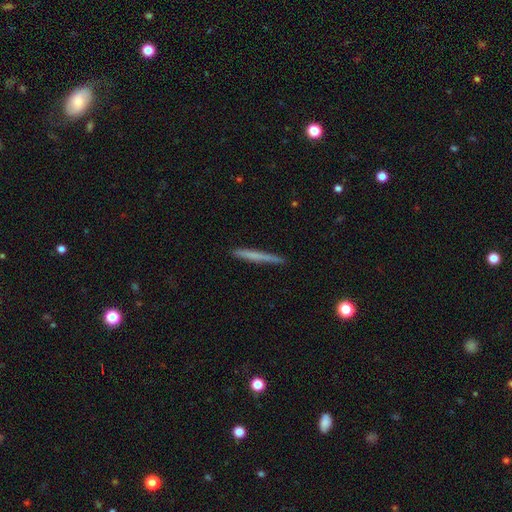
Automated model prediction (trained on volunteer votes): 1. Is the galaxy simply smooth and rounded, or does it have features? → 60% smooth, 33% featured or disk, 6% star or artifact.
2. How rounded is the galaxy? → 97% cigar-shaped, 2% in between, 1% round.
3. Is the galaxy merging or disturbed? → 89% none, 8% minor disturbance, 2% major disturbance, 1% merger.